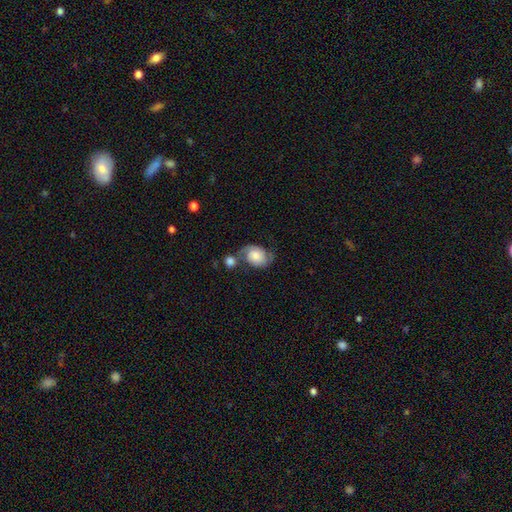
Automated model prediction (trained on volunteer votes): This is possibly a featured or disk galaxy (52%). It is clearly not viewed edge-on (97%). Bar: likely no (75%). Spiral arm pattern: clearly yes (88%). Central bulge: marginally moderate (31%). Merging: marginally none (43%).